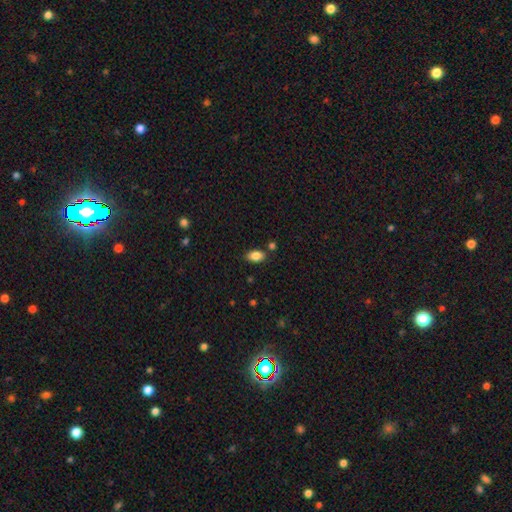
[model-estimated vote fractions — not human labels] smooth-or-featured: smooth: 86% | star or artifact: 8% | featured or disk: 6%
  how-rounded: in between: 90% | round: 7% | cigar-shaped: 3%
  merging: none: 80% | minor disturbance: 12% | merger: 5% | major disturbance: 3%